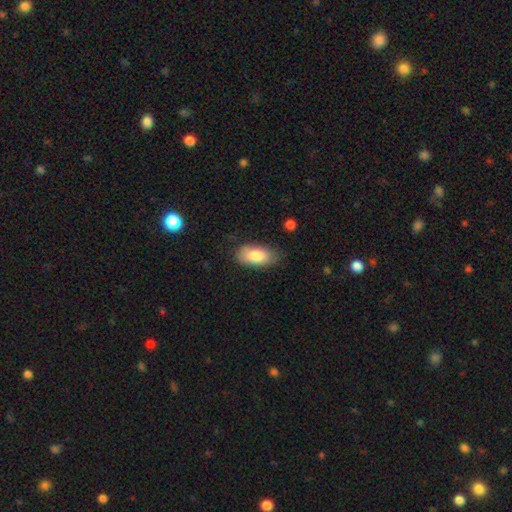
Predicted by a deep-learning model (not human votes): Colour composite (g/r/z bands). It shows a smooth galaxy with no disk features (82%) that is in between round and cigar-shaped (92%). Merging: none (75%).